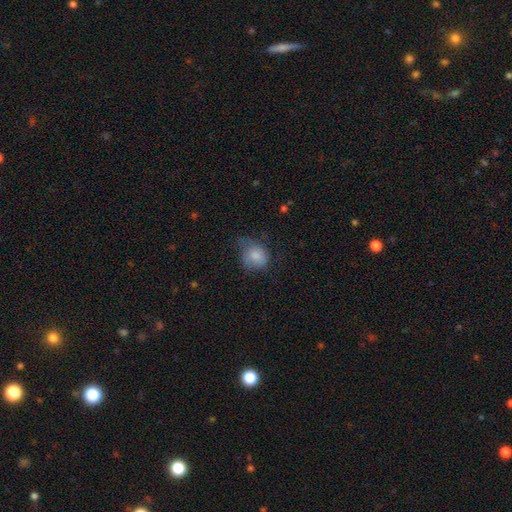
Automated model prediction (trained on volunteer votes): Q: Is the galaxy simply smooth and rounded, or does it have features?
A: smooth — 80%.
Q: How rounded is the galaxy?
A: round — 66%.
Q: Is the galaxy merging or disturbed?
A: none — 44%.